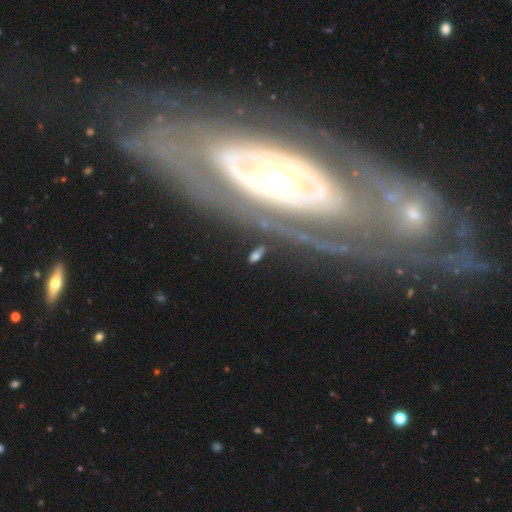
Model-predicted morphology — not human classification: Q: Smooth or featured?
A: smooth (62%); runner-up: featured or disk (24%)
Q: How rounded?
A: in between (81%); runner-up: cigar-shaped (11%)
Q: Merging?
A: none (78%); runner-up: minor disturbance (12%)